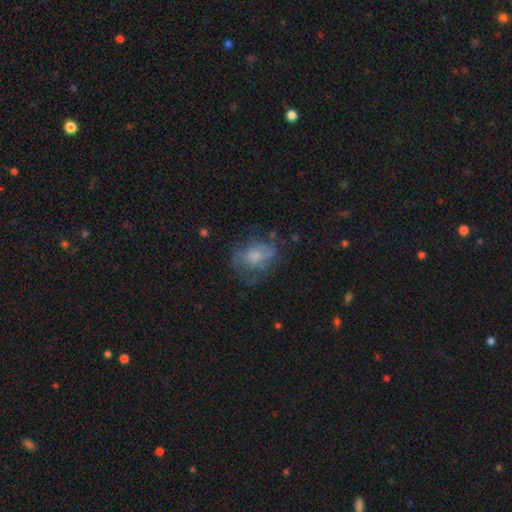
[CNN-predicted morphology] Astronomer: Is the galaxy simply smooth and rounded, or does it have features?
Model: smooth — 50% (runner-up: featured or disk, 39%).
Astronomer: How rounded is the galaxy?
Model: in between — 58% (runner-up: round, 41%).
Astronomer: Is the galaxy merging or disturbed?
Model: none — 49% (runner-up: minor disturbance, 25%).